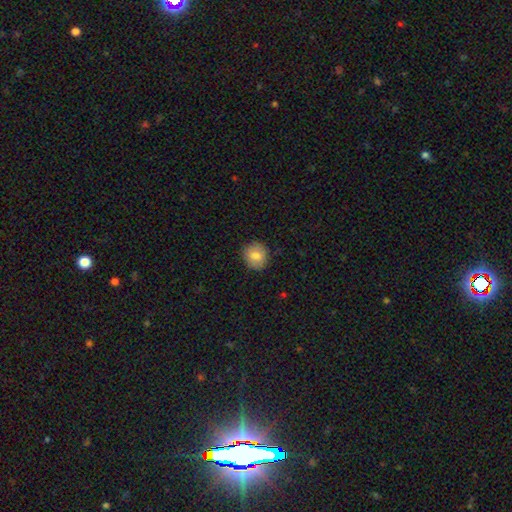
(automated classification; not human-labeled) Overall: smooth (80%). How rounded: round (80%). Merging: none (87%).